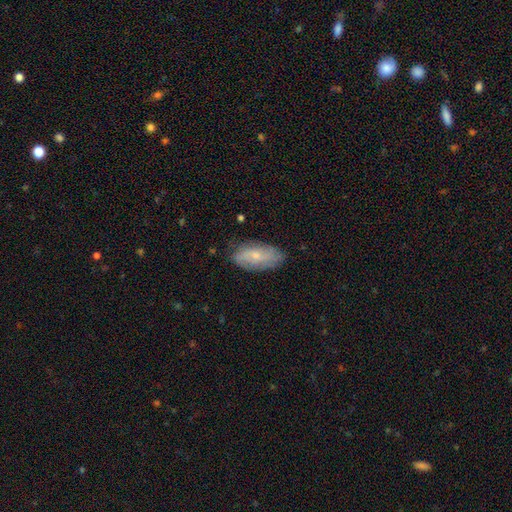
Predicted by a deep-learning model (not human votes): This is possibly a smooth galaxy (47%). Merging: likely none (74%).